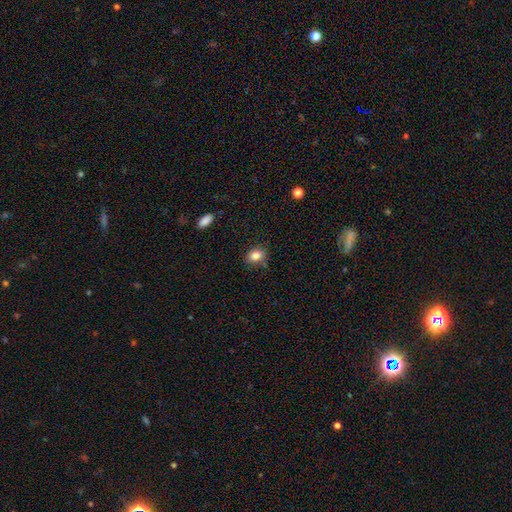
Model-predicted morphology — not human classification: This appears to be a smooth galaxy with no disk features (83%) that is in between round and cigar-shaped (53%). Merging: none (79%).